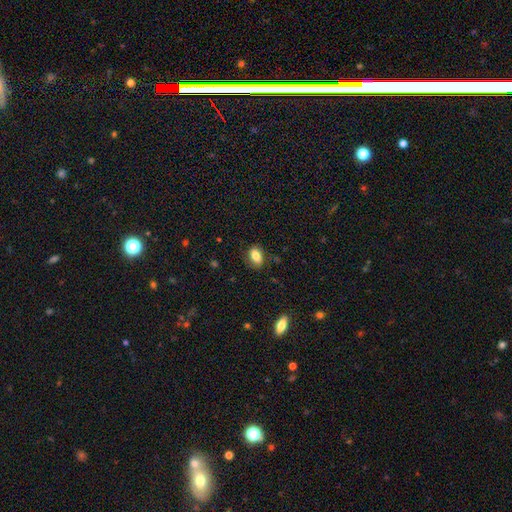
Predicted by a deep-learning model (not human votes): A smooth galaxy with no disk features (80%) that is in between round and cigar-shaped (86%). Merging: none (80%).